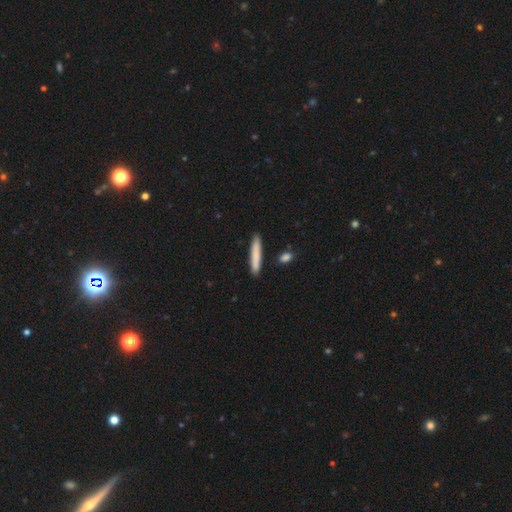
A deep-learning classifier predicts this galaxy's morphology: Smooth or featured? smooth (81%)
How rounded? cigar-shaped (93%)
Merging? none (87%)